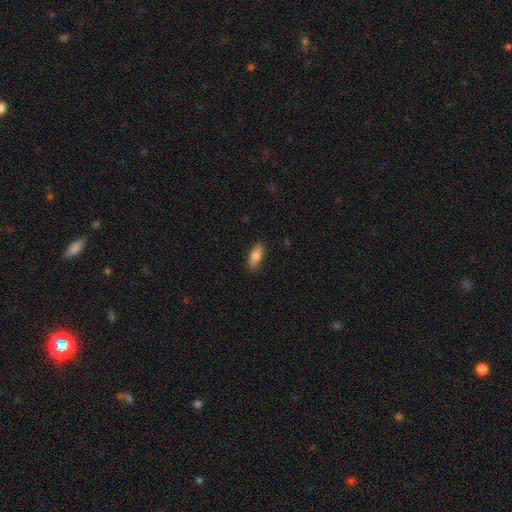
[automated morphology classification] Q: Smooth or featured?
A: smooth (81%); runner-up: featured or disk (12%)
Q: How rounded?
A: in between (80%); runner-up: cigar-shaped (18%)
Q: Merging?
A: none (86%); runner-up: minor disturbance (11%)